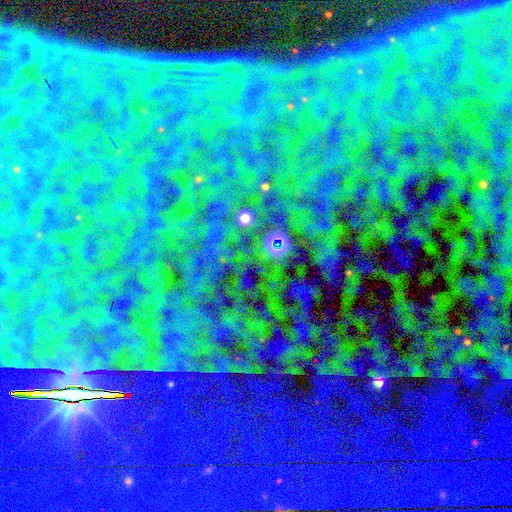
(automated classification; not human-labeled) star or artifact 83%, smooth 9%, featured or disk 8%.